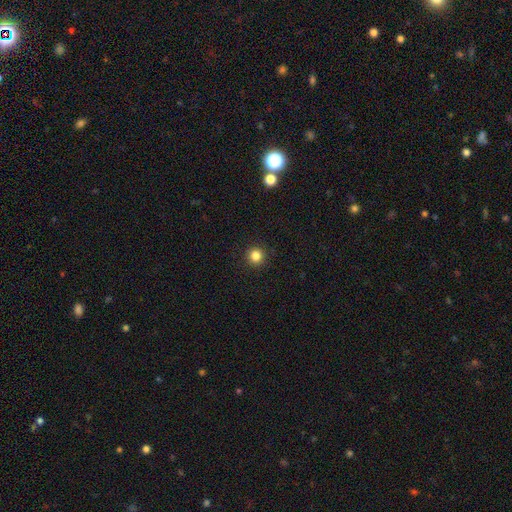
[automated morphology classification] Q: Smooth or featured?
A: smooth (84%); runner-up: star or artifact (12%)
Q: How rounded?
A: round (96%); runner-up: in between (3%)
Q: Merging?
A: none (93%); runner-up: minor disturbance (4%)